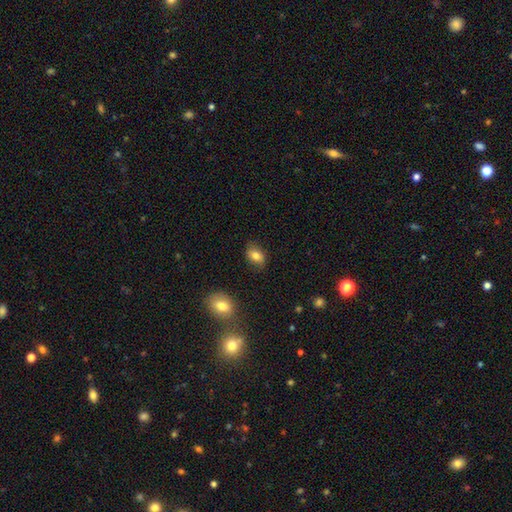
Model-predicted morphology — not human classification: This is likely a smooth galaxy (79%). How rounded: clearly in between (83%). Merging: likely none (80%).